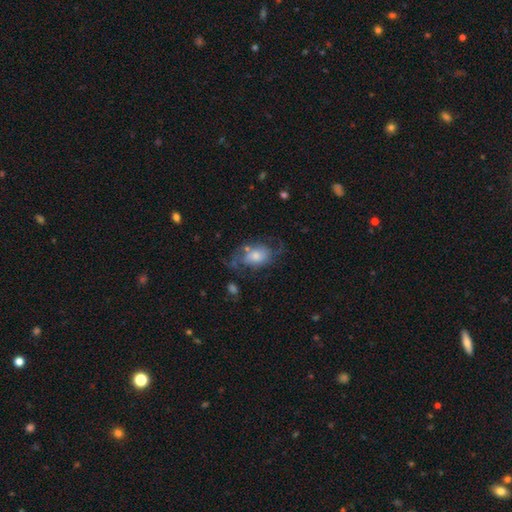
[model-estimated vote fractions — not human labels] This appears to be a featured or disk galaxy (50%). Merging: none (42%).